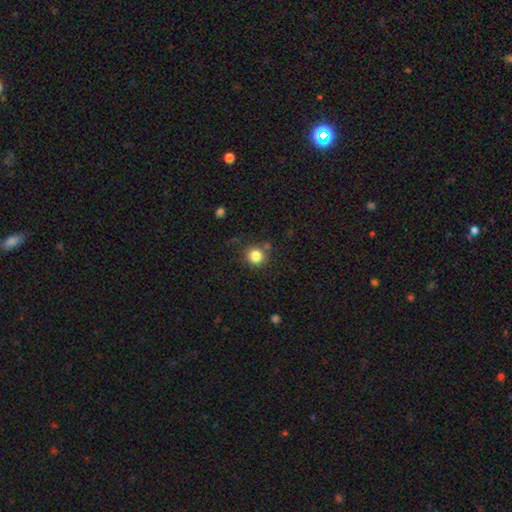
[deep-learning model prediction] Smooth or featured? smooth (84%)
How rounded? round (92%)
Merging? none (80%)